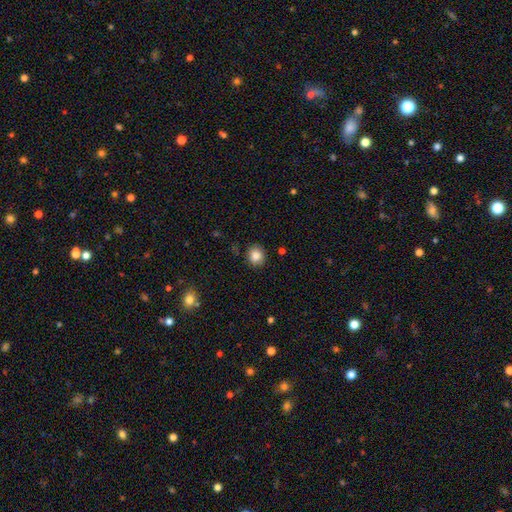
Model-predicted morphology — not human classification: smooth_or_featured: smooth (p=0.85) [alt: star or artifact p=0.10]
how_rounded: round (p=0.77) [alt: in between p=0.22]
merging: none (p=0.86) [alt: minor disturbance p=0.10]